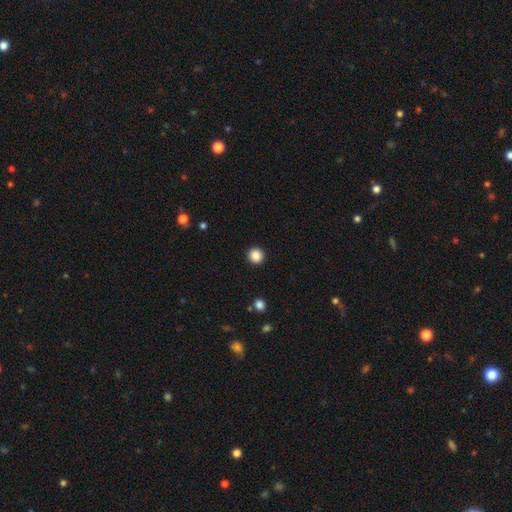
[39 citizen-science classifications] Smooth or featured?
  - smooth: 90% *
  - featured or disk: 5%
  - star or artifact: 5%
How rounded?
  - round: 80% *
  - in between: 20%
  - cigar-shaped: 0%
Merging?
  - none: 89% *
  - minor disturbance: 11%
  - major disturbance: 0%
  - merger: 0%